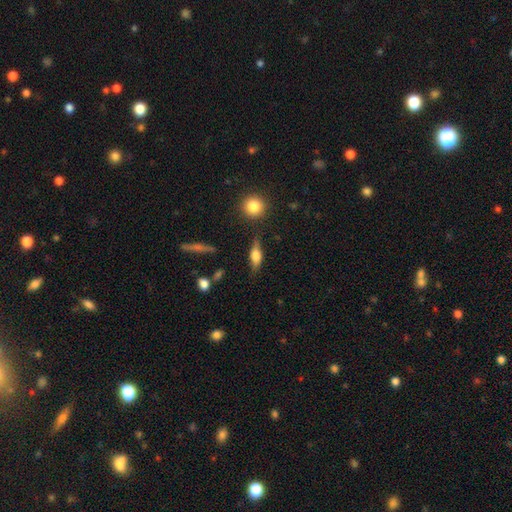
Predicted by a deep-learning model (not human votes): Overall: smooth (57%; featured or disk 35%). How rounded: in between (62%; cigar-shaped 32%). Merging: none (76%).